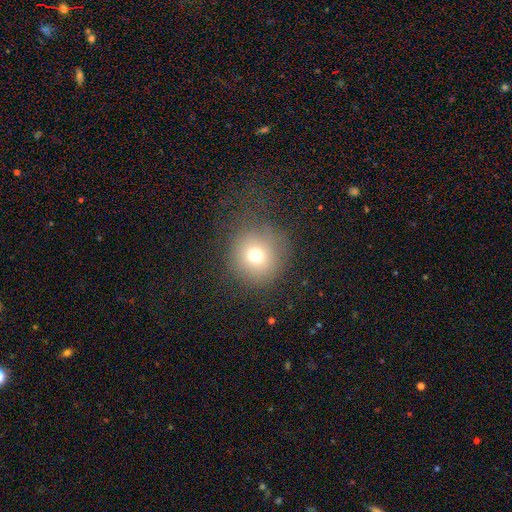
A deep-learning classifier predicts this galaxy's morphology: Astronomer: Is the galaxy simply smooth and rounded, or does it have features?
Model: smooth — 71%.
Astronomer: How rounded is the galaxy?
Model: round — 92%.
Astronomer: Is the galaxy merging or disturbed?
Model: none — 72%.